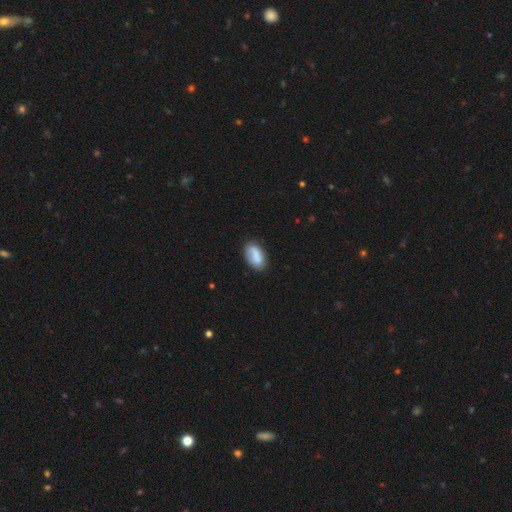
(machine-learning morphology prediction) A smooth galaxy with no disk features (80%) that is in between round and cigar-shaped (92%). Merging: none (76%).